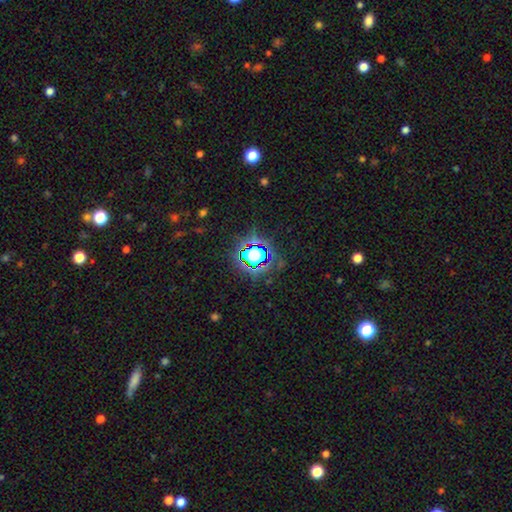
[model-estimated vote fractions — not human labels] Smooth or featured? Predicted: star or artifact (p=0.65).